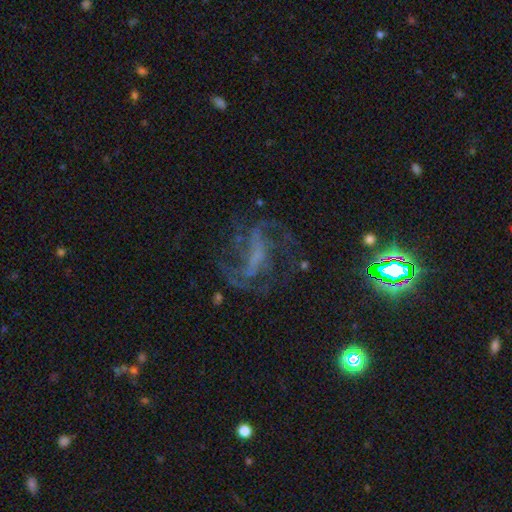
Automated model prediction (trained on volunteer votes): A featured or disk galaxy (67%) with a weak bar (34%), 2 (34%) loose (42%) spiral arms (80%) and no central bulge (62%).

Vote fractions:
- Smooth or featured? featured or disk: 67% / star or artifact: 22% / smooth: 11%
- Edge-on disk? no: 94% / yes: 6%
- Bar? weak: 34% / strong: 33% / no: 33%
- Spiral arms? yes: 80% / no: 20%
- Spiral winding? loose: 42% / medium: 40% / tight: 18%
- Spiral arm count? 2: 34% / can't tell: 30% / 3: 16% / 1: 7% / 4: 7% / more than 4: 5%
- Bulge size? none: 62% / small: 20% / moderate: 13% / large: 4% / dominant: 1%
- Merging? none: 53% / major disturbance: 28% / minor disturbance: 16% / merger: 3%